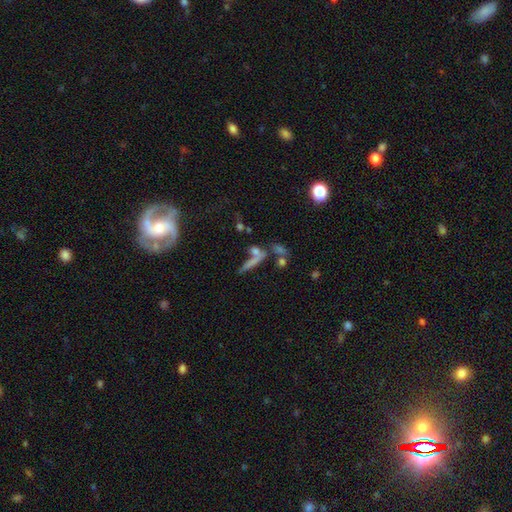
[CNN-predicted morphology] Q: Smooth or featured?
A: smooth (55%); runner-up: featured or disk (28%)
Q: How rounded?
A: cigar-shaped (71%); runner-up: in between (21%)
Q: Merging?
A: none (43%); runner-up: merger (33%)